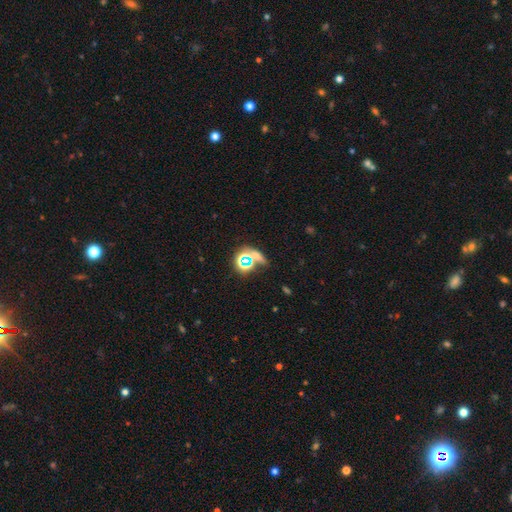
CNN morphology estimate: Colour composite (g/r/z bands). It shows a star or artifact, not a galaxy (48%).